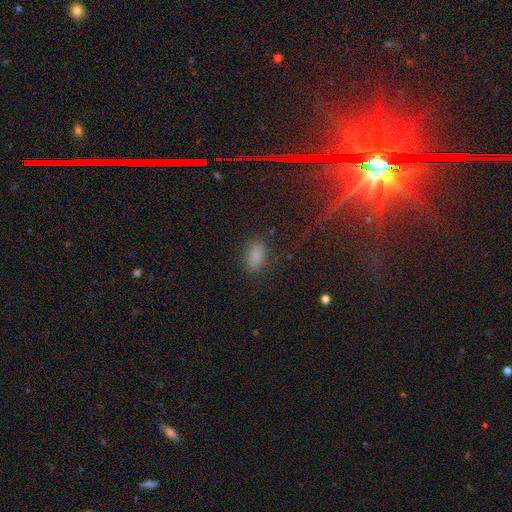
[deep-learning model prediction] Q: Smooth or featured?
A: smooth (83%); runner-up: star or artifact (12%)
Q: How rounded?
A: in between (90%); runner-up: round (5%)
Q: Merging?
A: none (86%); runner-up: minor disturbance (10%)